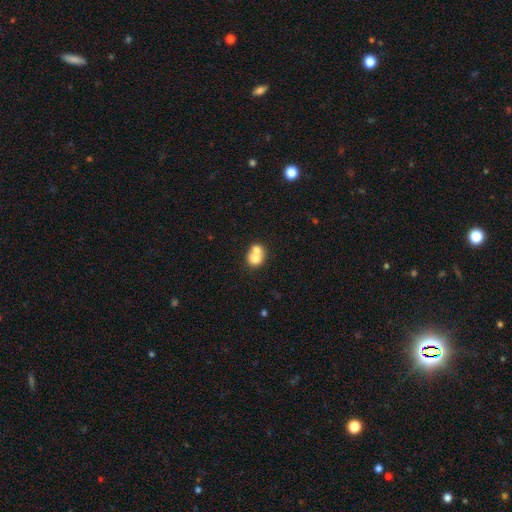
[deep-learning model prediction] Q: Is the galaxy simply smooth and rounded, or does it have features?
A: smooth — 71%.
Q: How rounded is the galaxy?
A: round — 68%.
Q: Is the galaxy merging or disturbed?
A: merger — 67%.